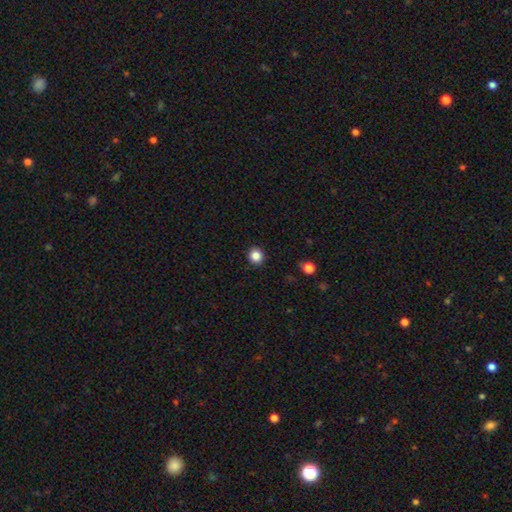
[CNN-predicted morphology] Q: Smooth or featured?
A: smooth (85%); runner-up: star or artifact (11%)
Q: How rounded?
A: round (92%); runner-up: in between (7%)
Q: Merging?
A: none (92%); runner-up: minor disturbance (5%)